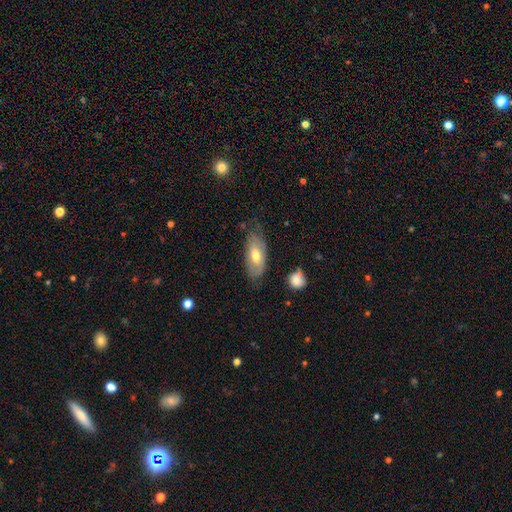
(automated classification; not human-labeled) Smooth or featured: smooth — 64% (featured or disk — 30%)
How rounded: in between — 87% (cigar-shaped — 9%)
Merging: none — 65% (minor disturbance — 25%)